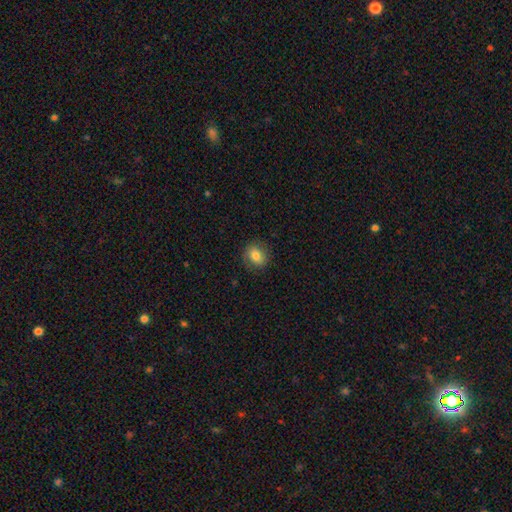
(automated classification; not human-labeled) A smooth galaxy with no disk features (76%) that is round (61%).

Vote fractions:
- Smooth or featured? smooth: 76% / featured or disk: 14% / star or artifact: 9%
- How rounded? round: 61% / in between: 38% / cigar-shaped: 1%
- Merging? none: 82% / minor disturbance: 13% / major disturbance: 4% / merger: 1%